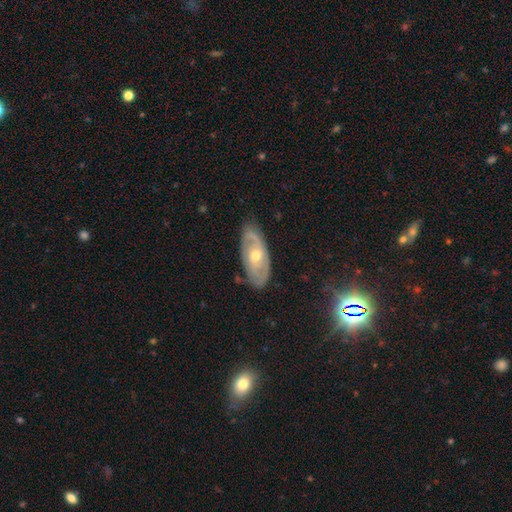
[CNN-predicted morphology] A featured or disk galaxy (72%) with no bar (63%), spiral arms (75%) and a moderate central bulge (59%).

Vote fractions:
- Smooth or featured? featured or disk: 72% / smooth: 21% / star or artifact: 7%
- Edge-on disk? no: 88% / yes: 12%
- Bar? no: 63% / weak: 30% / strong: 7%
- Spiral arms? yes: 75% / no: 25%
- Bulge size? moderate: 59% / small: 37% / large: 2% / none: 1% / dominant: 1%
- Merging? none: 76% / minor disturbance: 18% / major disturbance: 4% / merger: 1%